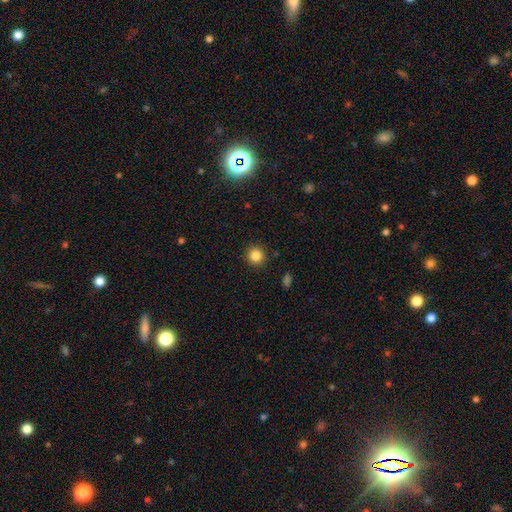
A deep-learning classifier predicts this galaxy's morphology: Smooth or featured?
  - smooth: 84% *
  - star or artifact: 11%
  - featured or disk: 5%
How rounded?
  - round: 93% *
  - in between: 6%
  - cigar-shaped: 1%
Merging?
  - none: 91% *
  - minor disturbance: 6%
  - major disturbance: 2%
  - merger: 1%